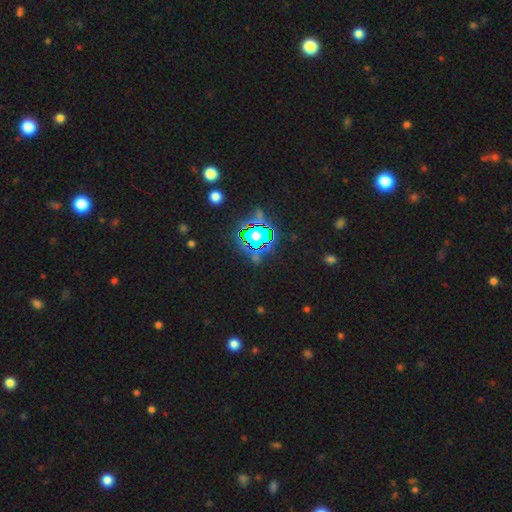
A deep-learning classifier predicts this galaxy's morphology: This is likely a star or artifact rather than a galaxy (77%).